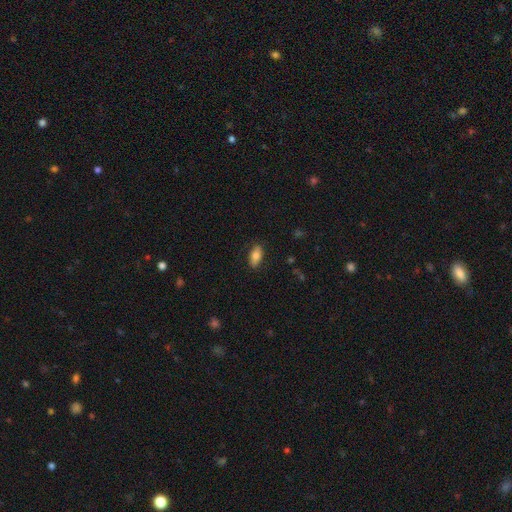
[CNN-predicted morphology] A smooth galaxy with no disk features (81%) that is in between round and cigar-shaped (89%). Merging: none (85%).